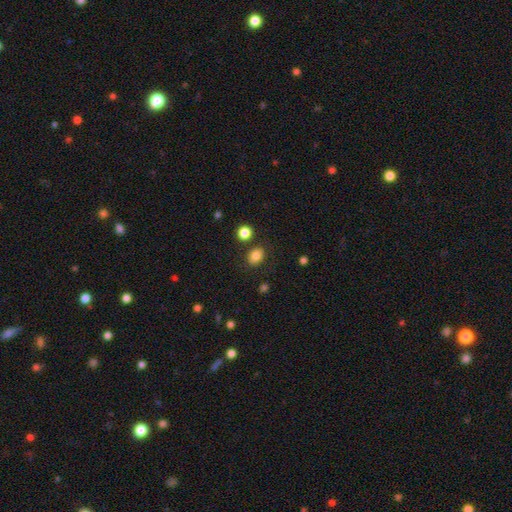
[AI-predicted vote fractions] This is clearly a smooth galaxy (83%). How rounded: possibly round (51%). Merging: clearly none (81%).